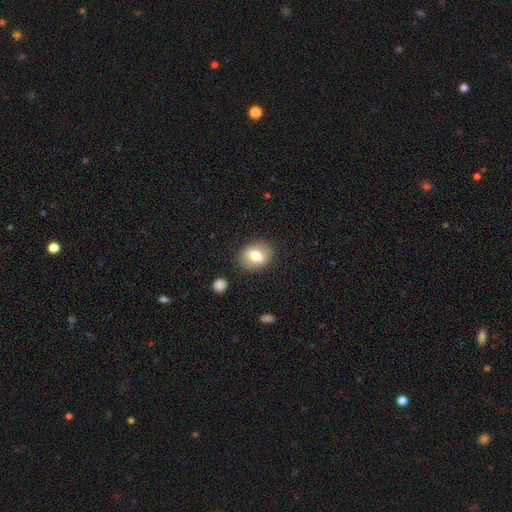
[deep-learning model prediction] smooth 67%, featured or disk 24%, star or artifact 9%. Down the decision tree: how rounded — in between (59%); merging — none (85%).